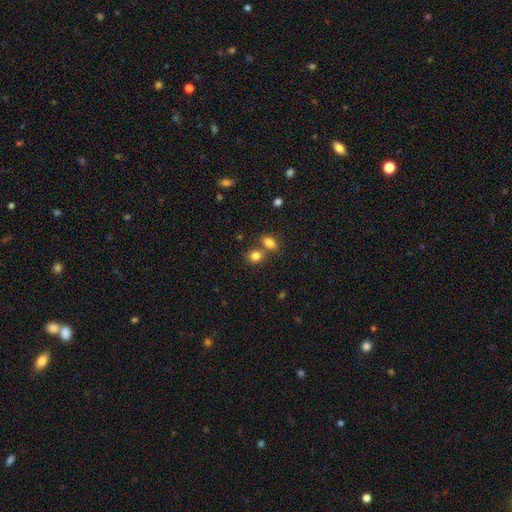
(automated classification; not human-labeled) smooth 82%, star or artifact 11%, featured or disk 7%. Down the decision tree: how rounded — round (54%); merging — none (53%).